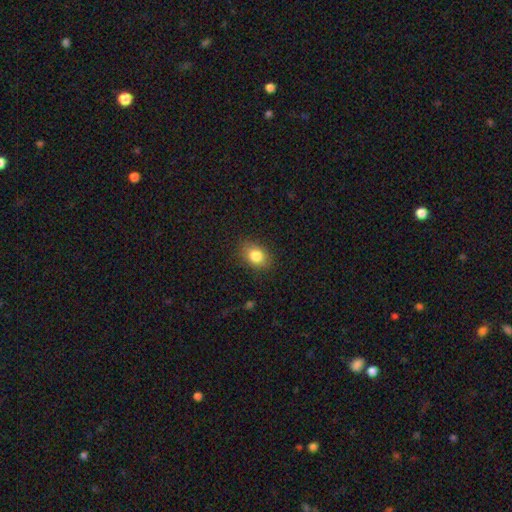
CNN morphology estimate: Overall: smooth (83%). How rounded: in between (68%; round 31%). Merging: none (82%).